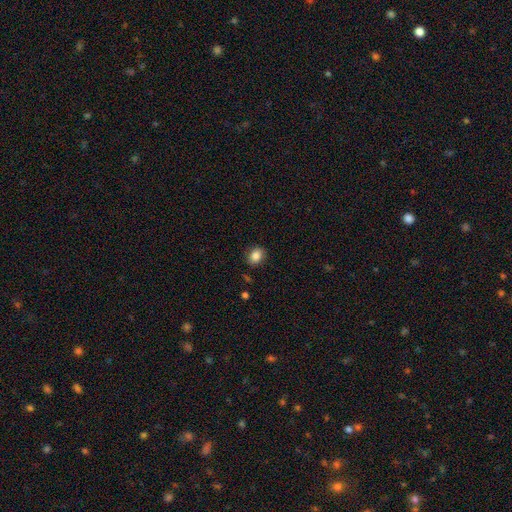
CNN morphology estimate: A smooth galaxy with no disk features (85%) that is in between round and cigar-shaped (54%). Merging: none (86%).